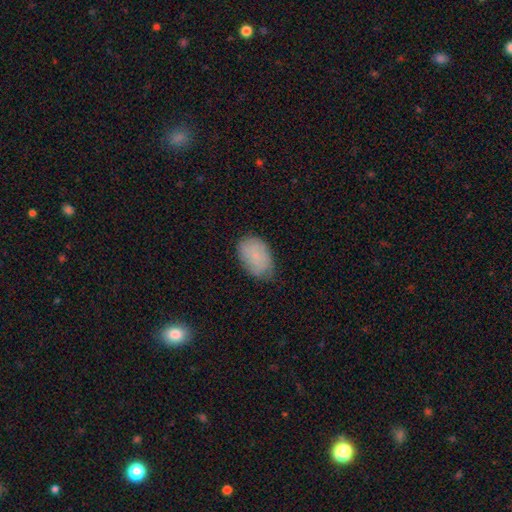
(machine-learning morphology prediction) This appears to be a smooth galaxy with no disk features (78%) that is in between round and cigar-shaped (88%). Merging: none (65%).